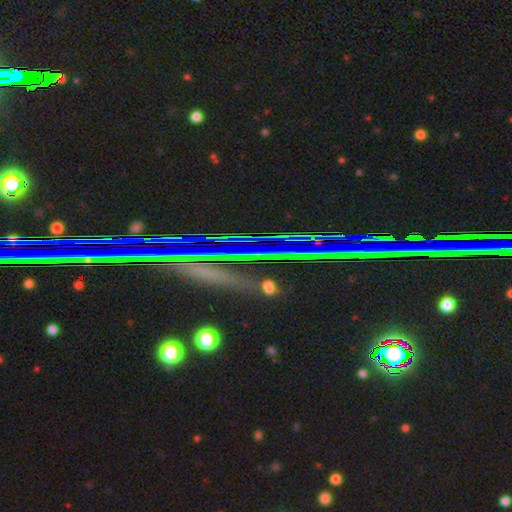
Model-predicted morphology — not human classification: smooth-or-featured: star or artifact: 81% | featured or disk: 10% | smooth: 9%